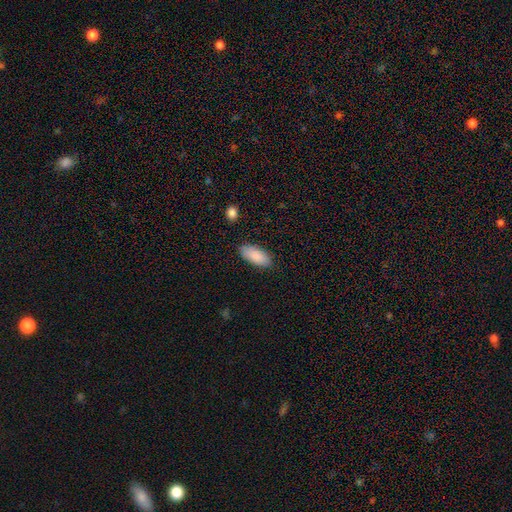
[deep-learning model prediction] Smooth or featured: smooth — 87% (featured or disk — 7%)
How rounded: in between — 88% (cigar-shaped — 10%)
Merging: none — 85% (minor disturbance — 11%)